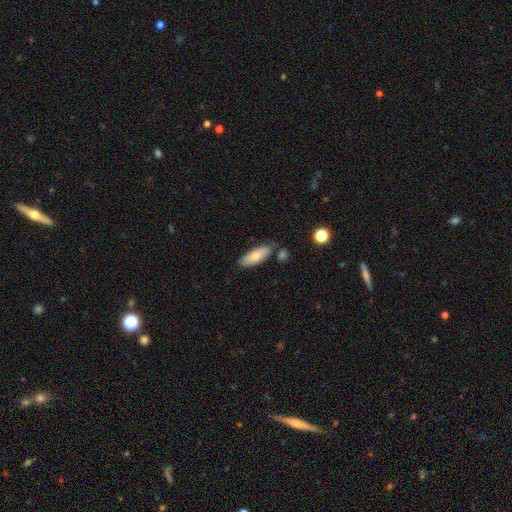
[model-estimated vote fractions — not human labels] Overall: smooth (76%). How rounded: in between (79%). Merging: none (70%).